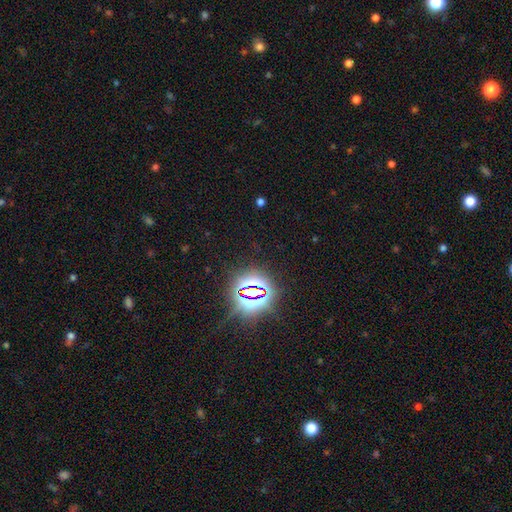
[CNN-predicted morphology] This is clearly a star or artifact rather than a galaxy (82%).